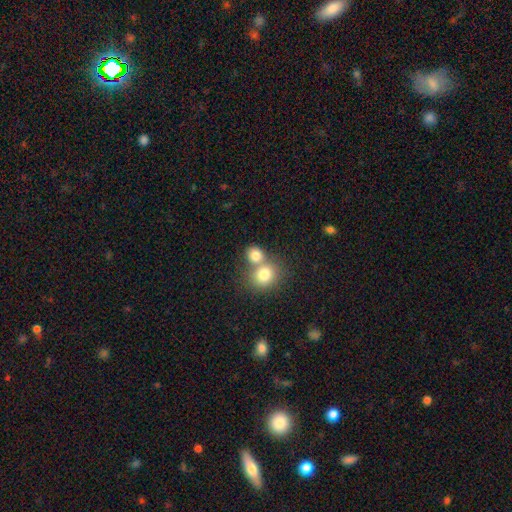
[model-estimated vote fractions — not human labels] Morphology: type=smooth (79%); roundness=round (73%); merging=merger (52%).